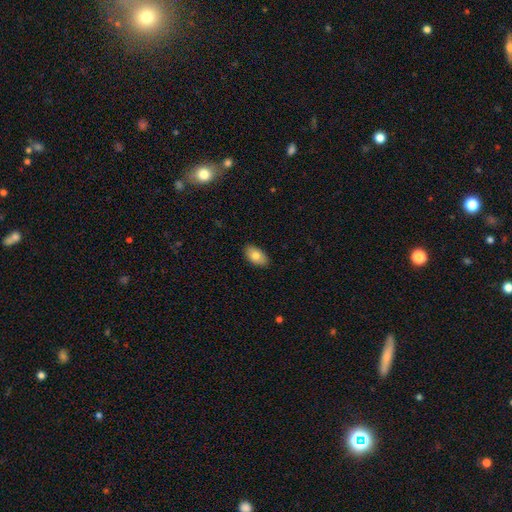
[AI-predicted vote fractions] Smooth or featured? Predicted: smooth (p=0.79). How rounded? Predicted: in between (p=0.93). Merging? Predicted: none (p=0.88).